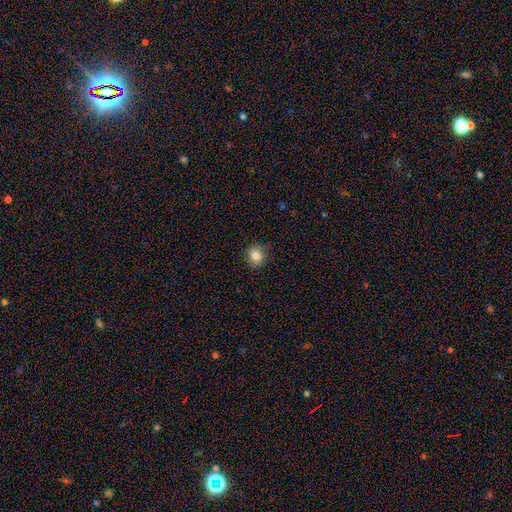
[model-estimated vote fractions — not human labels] Smooth or featured?
  - smooth: 83% *
  - star or artifact: 10%
  - featured or disk: 7%
How rounded?
  - round: 72% *
  - in between: 27%
  - cigar-shaped: 1%
Merging?
  - none: 87% *
  - minor disturbance: 10%
  - major disturbance: 2%
  - merger: 1%